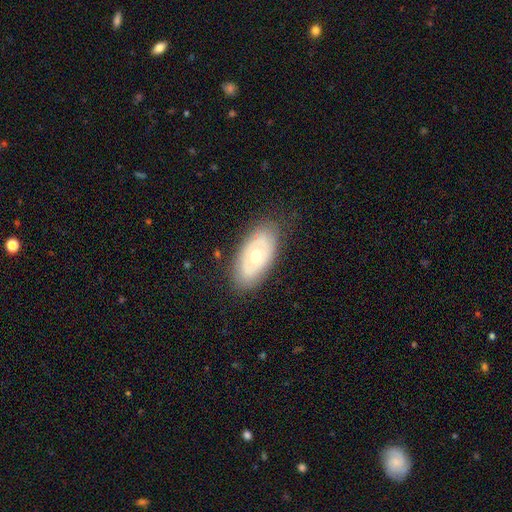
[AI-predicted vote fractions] Overall: featured or disk (57%; smooth 37%). Edge-on disk: no (87%). Merging: none (82%).